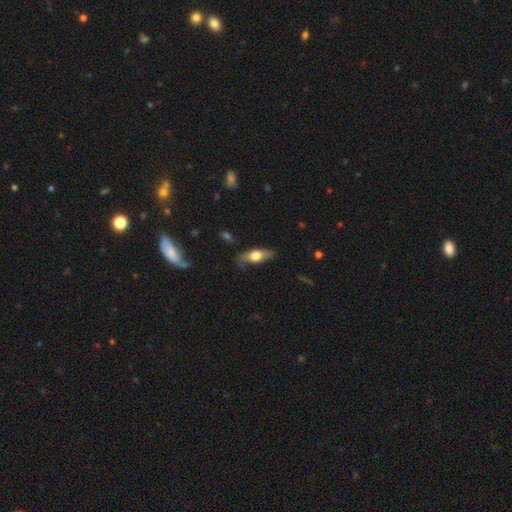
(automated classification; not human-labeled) Morphology: type=smooth (58%); roundness=in between (69%); merging=none (73%).